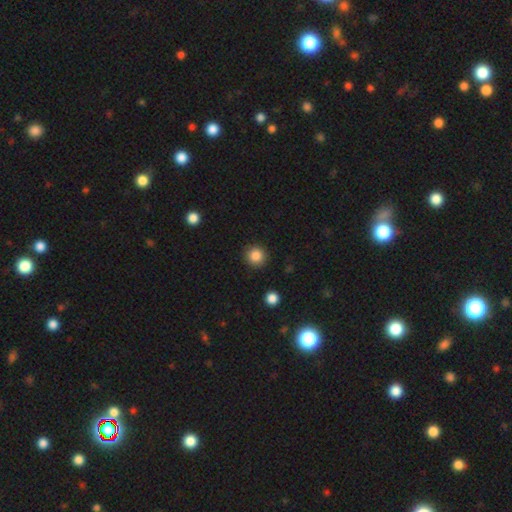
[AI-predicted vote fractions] Q: Smooth or featured?
A: smooth (86%); runner-up: star or artifact (10%)
Q: How rounded?
A: round (94%); runner-up: in between (5%)
Q: Merging?
A: none (91%); runner-up: minor disturbance (6%)